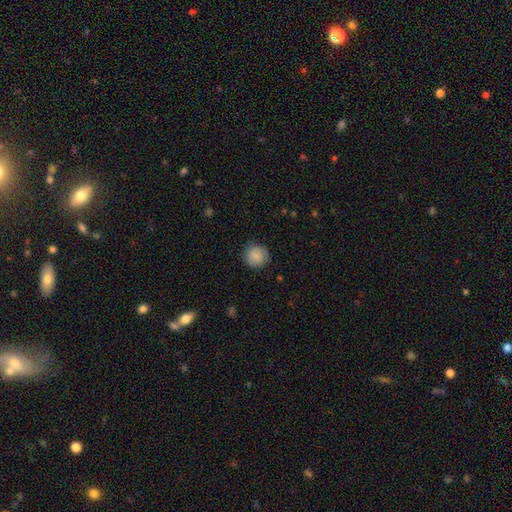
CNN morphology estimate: The model was most divided on "merging": none: 87%, minor disturbance: 10%, major disturbance: 3%, merger: 1%. More confident: how rounded — round (93%); smooth or featured — smooth (86%).